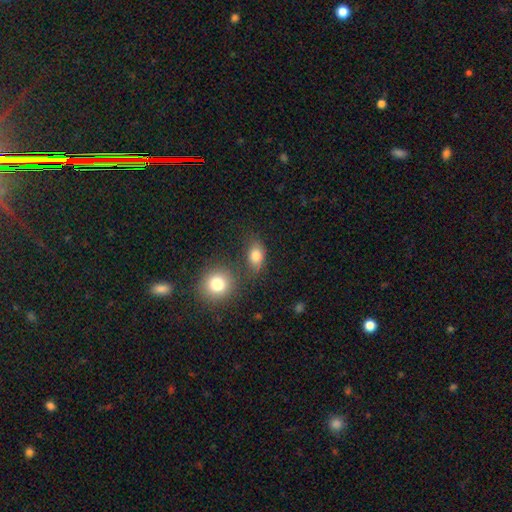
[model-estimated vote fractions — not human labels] The model was most divided on "how rounded": in between: 69%, round: 29%, cigar-shaped: 2%. More confident: smooth or featured — smooth (79%); merging — none (63%).